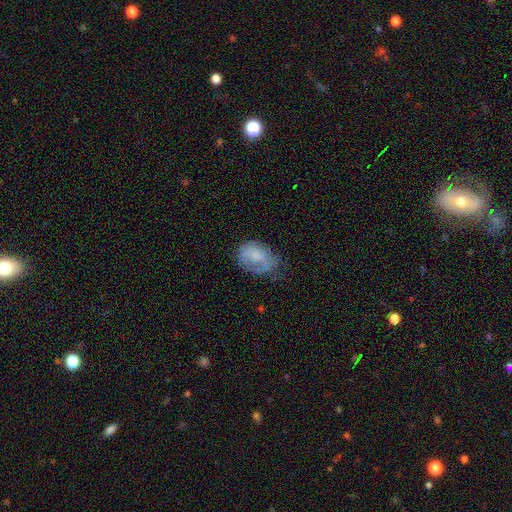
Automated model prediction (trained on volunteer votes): Morphology: type=smooth (63%); roundness=in between (75%); merging=none (42%).